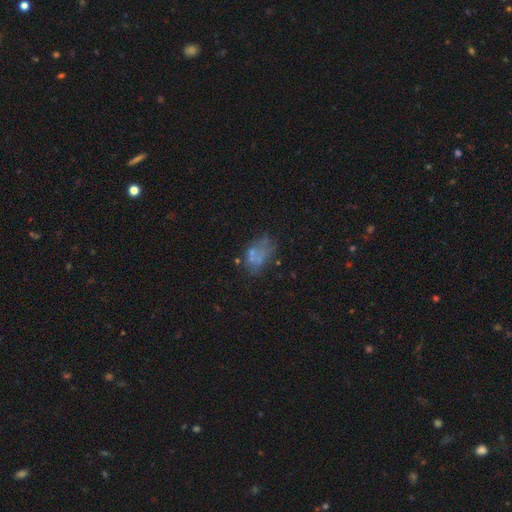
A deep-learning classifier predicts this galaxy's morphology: This appears to be a smooth galaxy with no disk features (42%). Merging: none (40%).